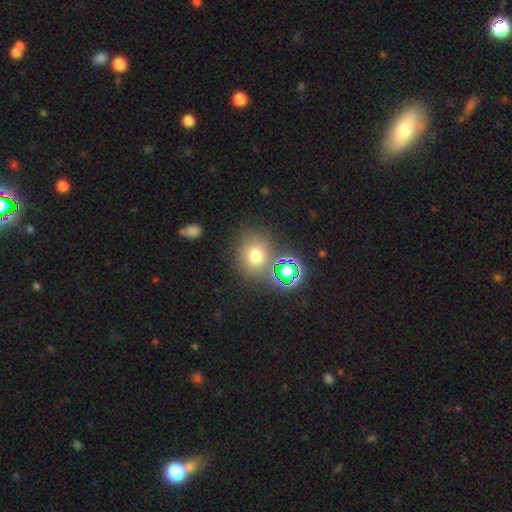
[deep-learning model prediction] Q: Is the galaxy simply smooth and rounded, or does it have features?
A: smooth — 69%.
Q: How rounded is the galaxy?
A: round — 74%.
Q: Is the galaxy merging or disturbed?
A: none — 75%.